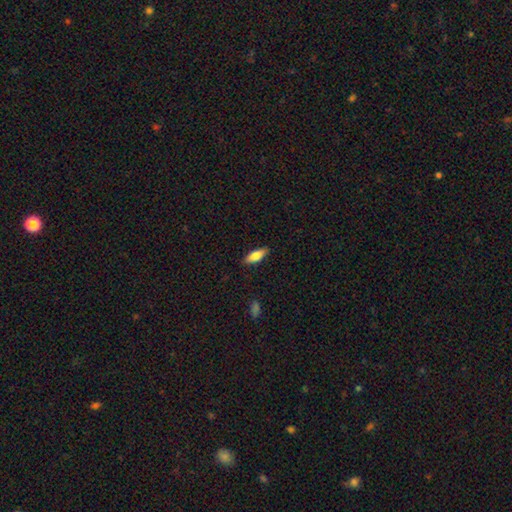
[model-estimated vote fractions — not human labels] This appears to be a smooth galaxy with no disk features (78%) that is in between round and cigar-shaped (65%). Merging: none (88%).